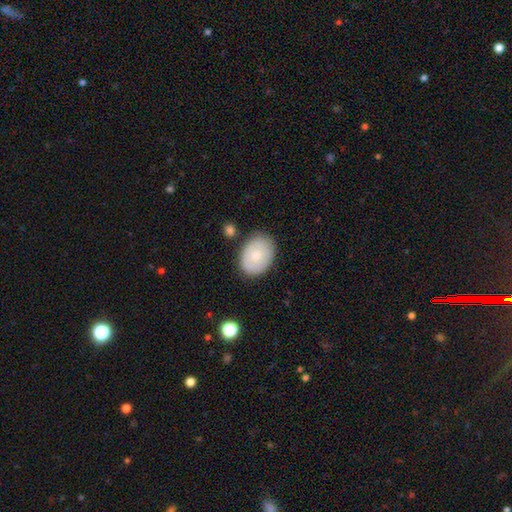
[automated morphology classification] Smooth or featured? Predicted: smooth (p=0.73). How rounded? Predicted: in between (p=0.77). Merging? Predicted: none (p=0.79).